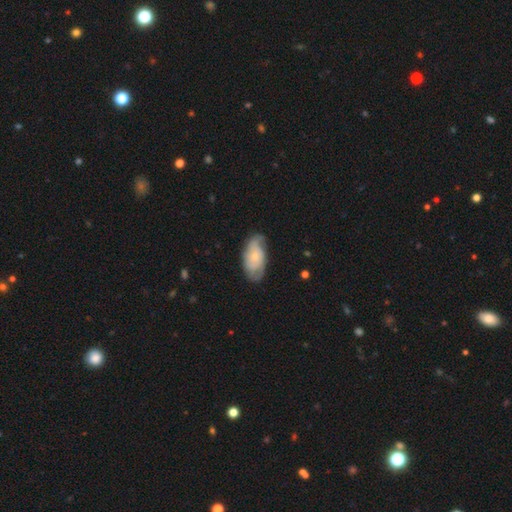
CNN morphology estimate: The model was most divided on "smooth or featured": featured or disk: 49%, smooth: 45%, star or artifact: 6%. More confident: merging — none (64%).